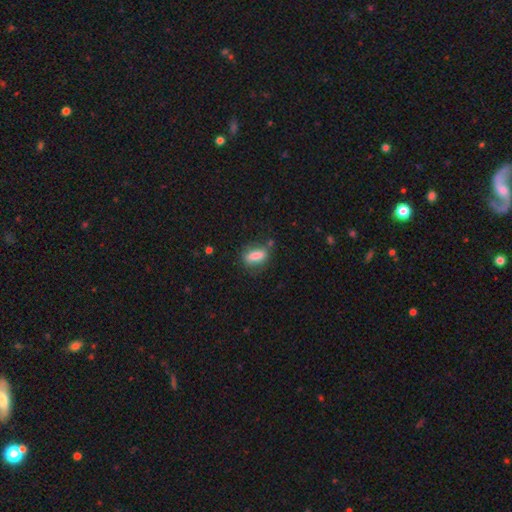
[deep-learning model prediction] Overall: smooth (78%). How rounded: in between (70%). Merging: none (67%).